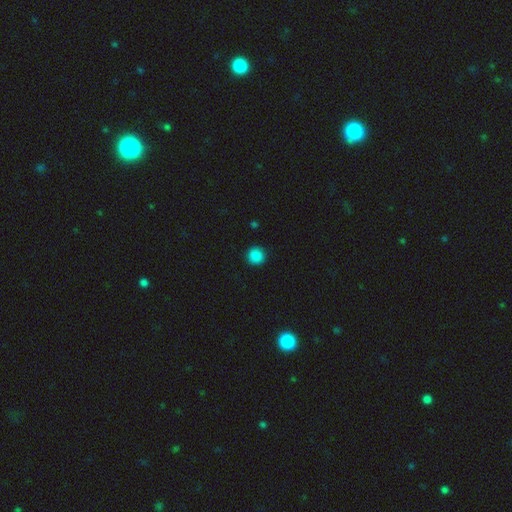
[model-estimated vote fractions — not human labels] A smooth galaxy with no disk features (86%) that is round (93%). Merging: none (91%).